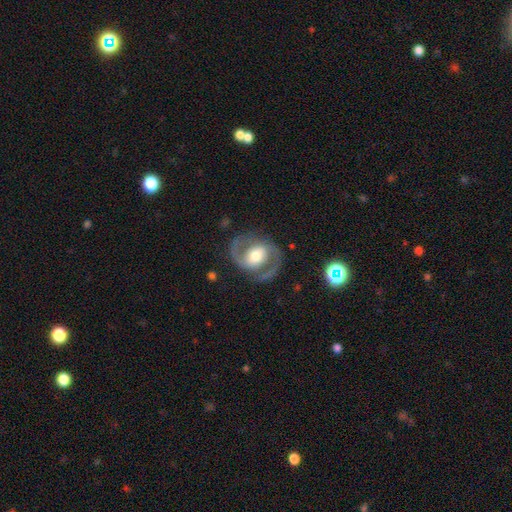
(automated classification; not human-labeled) Smooth or featured? featured or disk (88%)
Edge-on disk? no (98%)
Bar? weak (40%)
Spiral arms? yes (95%)
Spiral winding? medium (60%)
Spiral arm count? 2 (93%)
Bulge size? moderate (64%)
Merging? none (81%)